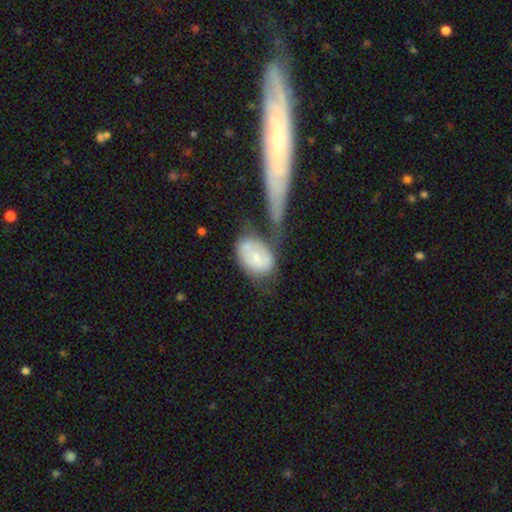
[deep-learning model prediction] Q: Smooth or featured?
A: smooth (57%); runner-up: featured or disk (37%)
Q: How rounded?
A: in between (82%); runner-up: round (15%)
Q: Merging?
A: none (36%); runner-up: merger (31%)